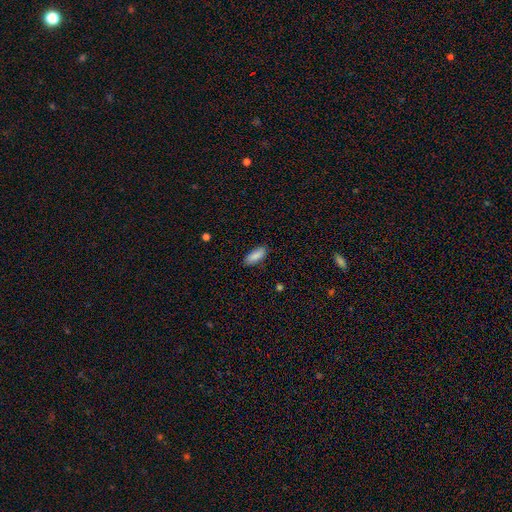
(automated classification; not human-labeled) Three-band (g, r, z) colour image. It shows a smooth galaxy with no disk features (87%) that is in between round and cigar-shaped (78%). Merging: none (84%).